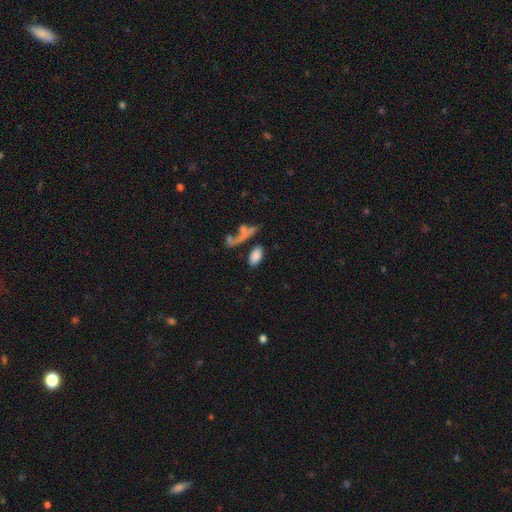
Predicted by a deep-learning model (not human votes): The model was most divided on "merging": none: 56%, merger: 23%, minor disturbance: 12%, major disturbance: 10%. More confident: how rounded — in between (89%); smooth or featured — smooth (81%).